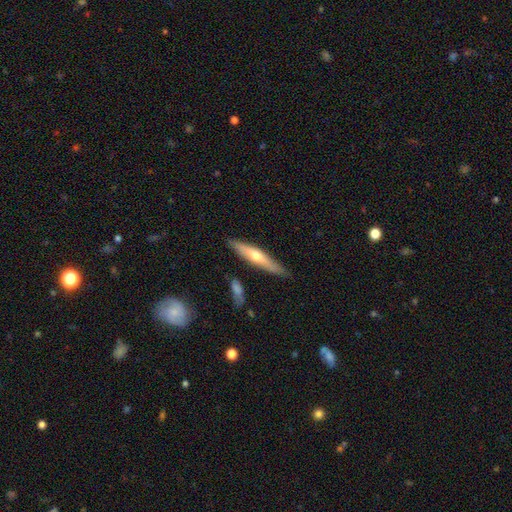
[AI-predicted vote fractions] smooth-or-featured: featured or disk: 53% | smooth: 41% | star or artifact: 6%
  disk-edge-on: yes: 91% | no: 9%
  merging: none: 84% | minor disturbance: 11% | merger: 3% | major disturbance: 2%